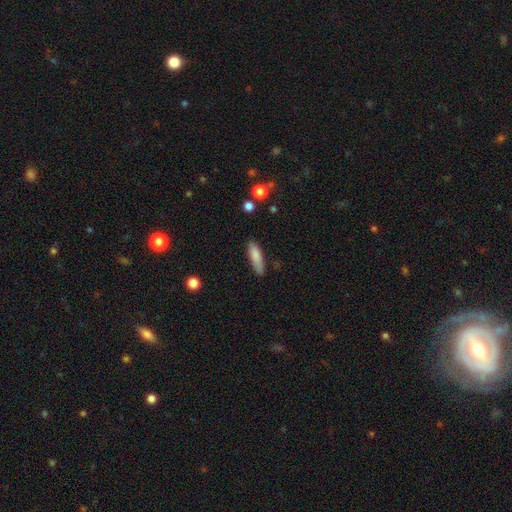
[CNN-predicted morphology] Smooth or featured? smooth (82%)
How rounded? cigar-shaped (66%)
Merging? none (76%)